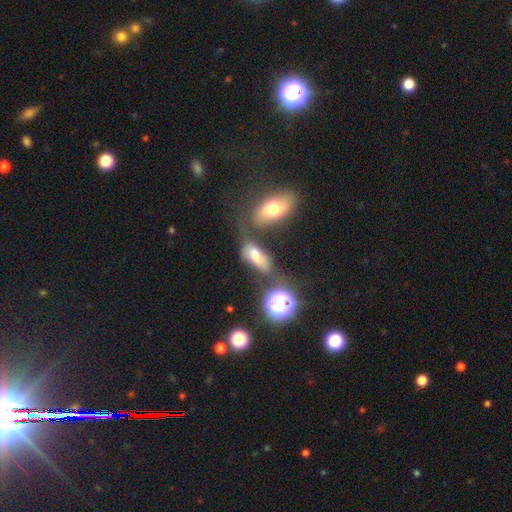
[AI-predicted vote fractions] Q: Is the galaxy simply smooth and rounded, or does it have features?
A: smooth — 65%.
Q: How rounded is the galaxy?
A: in between — 82%.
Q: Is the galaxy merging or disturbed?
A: none — 41%.